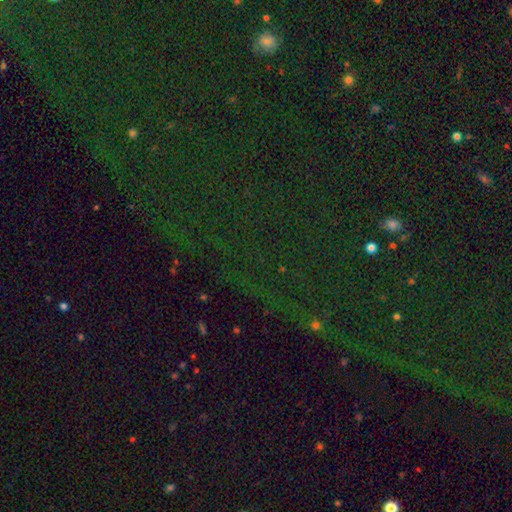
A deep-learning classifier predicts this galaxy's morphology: Smooth or featured? star or artifact (82%)